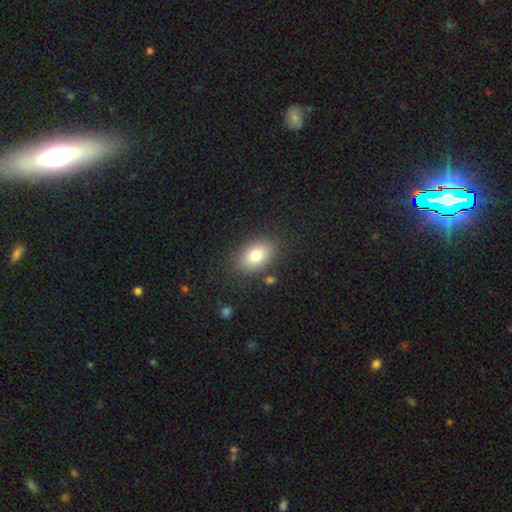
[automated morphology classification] The model was most divided on "how rounded": in between: 80%, round: 19%, cigar-shaped: 1%. More confident: merging — none (83%); smooth or featured — smooth (77%).